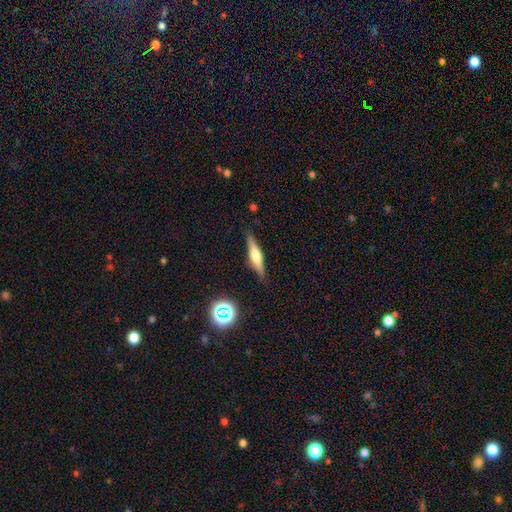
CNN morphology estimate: Q: Smooth or featured?
A: featured or disk (62%); runner-up: smooth (30%)
Q: Edge-on disk?
A: yes (97%); runner-up: no (3%)
Q: Edge-on bulge?
A: rounded (83%); runner-up: boxy (13%)
Q: Merging?
A: none (87%); runner-up: minor disturbance (10%)